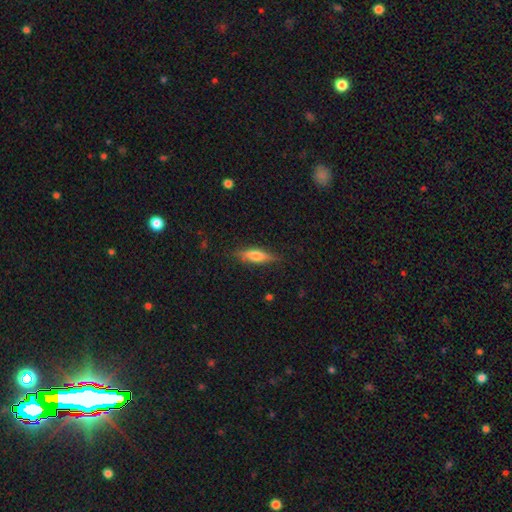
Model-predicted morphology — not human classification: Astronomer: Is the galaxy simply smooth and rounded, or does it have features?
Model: smooth — 54% (runner-up: featured or disk, 39%).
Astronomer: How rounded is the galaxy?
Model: cigar-shaped — 64%.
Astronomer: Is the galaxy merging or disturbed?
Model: none — 84%.